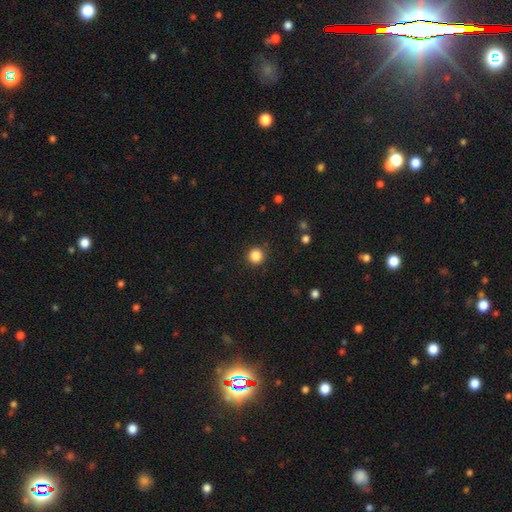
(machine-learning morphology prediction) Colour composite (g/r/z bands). It shows a smooth galaxy with no disk features (85%) that is round (94%). Merging: none (91%).